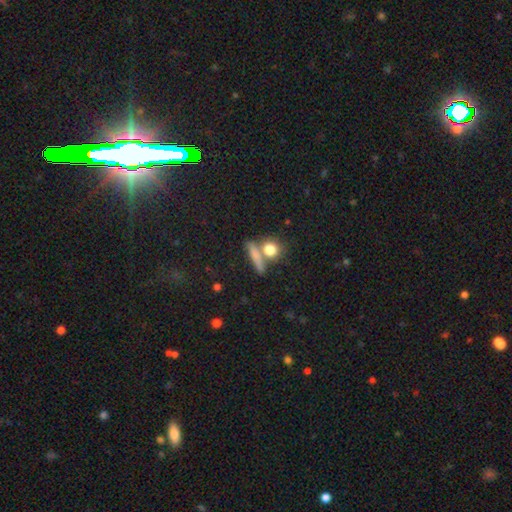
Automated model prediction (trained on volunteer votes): Q: Smooth or featured?
A: smooth (72%); runner-up: featured or disk (16%)
Q: How rounded?
A: round (41%); runner-up: cigar-shaped (39%)
Q: Merging?
A: none (61%); runner-up: merger (22%)